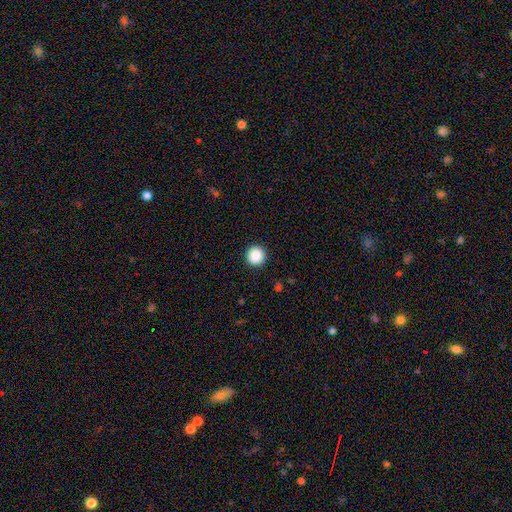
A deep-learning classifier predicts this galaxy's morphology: A smooth galaxy with no disk features (88%) that is round (95%). Merging: none (93%).